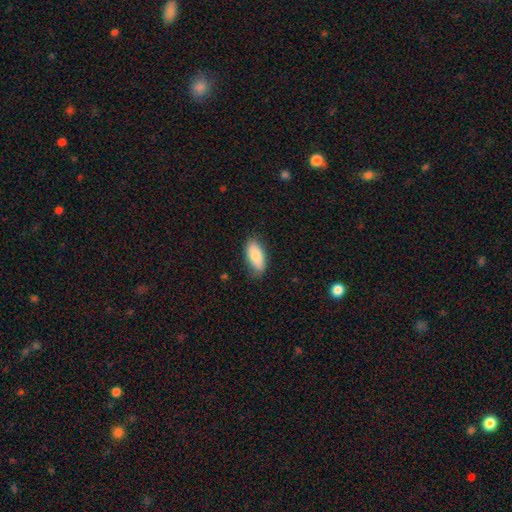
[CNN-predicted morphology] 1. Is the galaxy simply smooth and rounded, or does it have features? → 82% smooth, 11% featured or disk, 6% star or artifact.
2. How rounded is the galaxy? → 86% in between, 12% cigar-shaped, 2% round.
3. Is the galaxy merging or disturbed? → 81% none, 15% minor disturbance, 3% major disturbance, 1% merger.